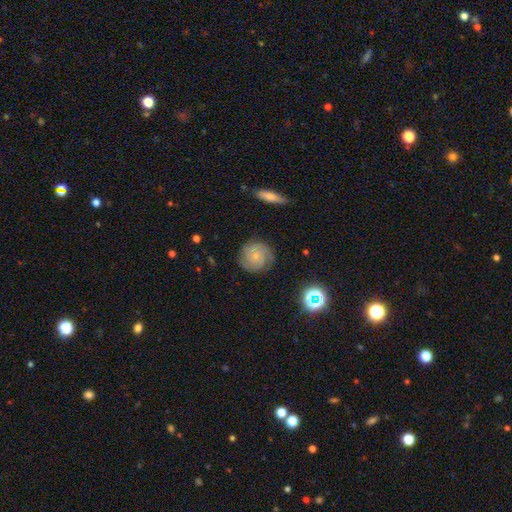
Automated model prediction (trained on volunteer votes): Morphology: type=featured or disk (57%); edge-on=no (97%); bar=no (81%); spiral arms=yes (88%); bulge=small (76%); merging=none (79%).